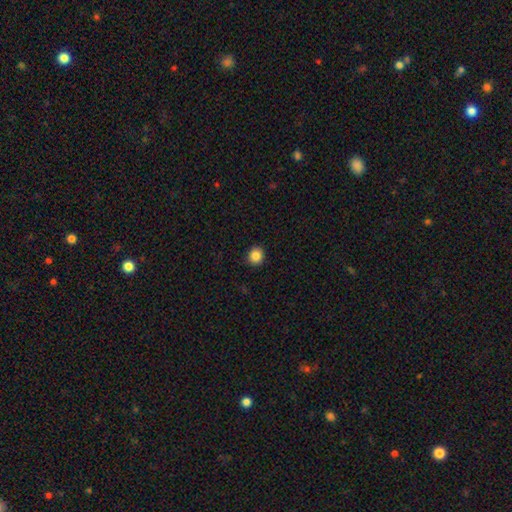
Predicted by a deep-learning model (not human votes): smooth_or_featured: smooth (p=0.85) [alt: star or artifact p=0.10]
how_rounded: round (p=0.84) [alt: in between p=0.15]
merging: none (p=0.90) [alt: minor disturbance p=0.07]